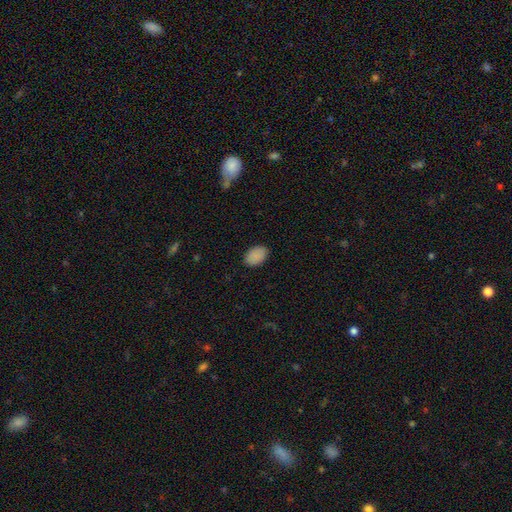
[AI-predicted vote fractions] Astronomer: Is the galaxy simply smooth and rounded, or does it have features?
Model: smooth — 89%.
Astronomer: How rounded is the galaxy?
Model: in between — 88%.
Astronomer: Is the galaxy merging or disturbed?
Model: none — 87%.